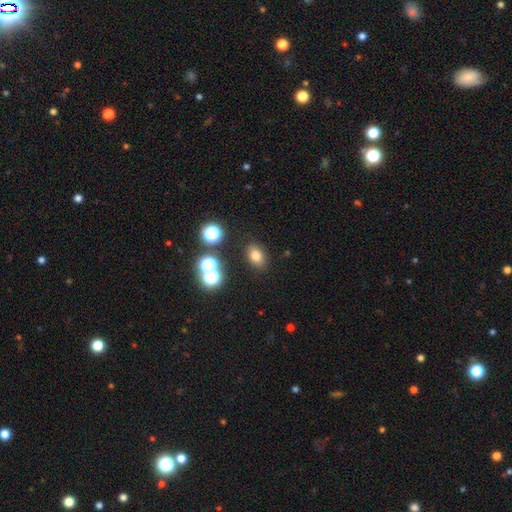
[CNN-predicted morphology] type=smooth (75%); roundness=in between (73%); merging=none (85%).